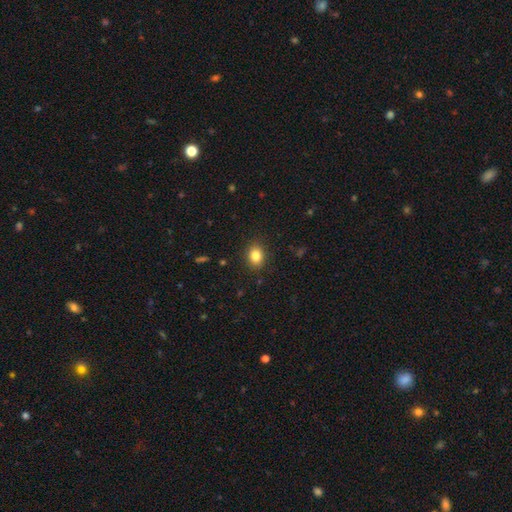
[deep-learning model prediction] Q: Smooth or featured?
A: smooth (84%); runner-up: star or artifact (10%)
Q: How rounded?
A: in between (57%); runner-up: round (43%)
Q: Merging?
A: none (88%); runner-up: minor disturbance (9%)